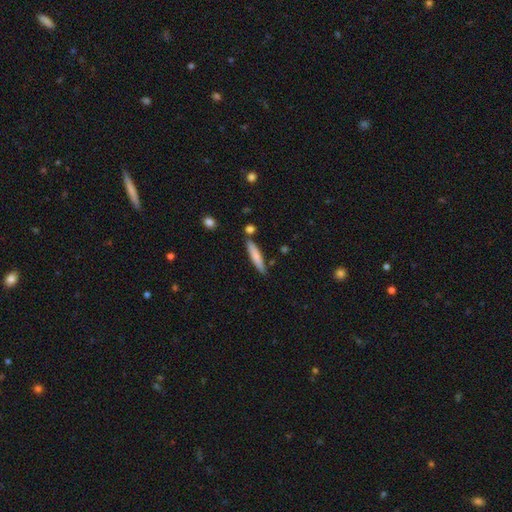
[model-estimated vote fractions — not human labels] Smooth or featured? smooth (74%)
How rounded? cigar-shaped (89%)
Merging? none (80%)